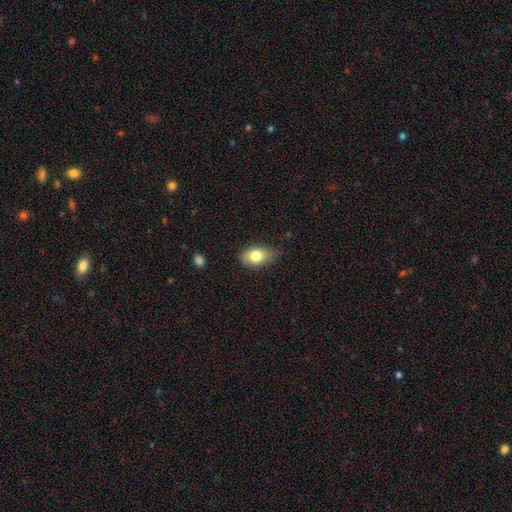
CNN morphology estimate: Overall: smooth (79%). How rounded: in between (85%). Merging: none (68%).